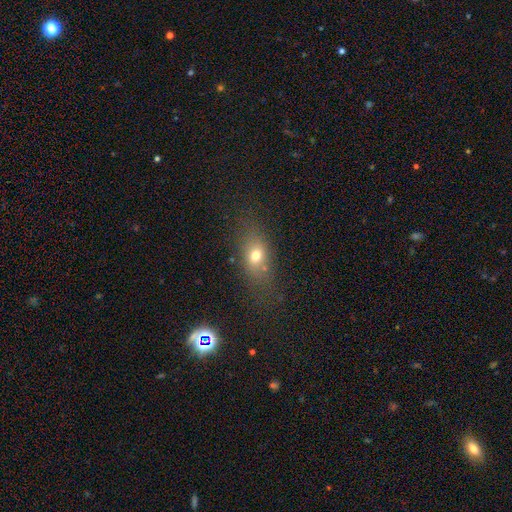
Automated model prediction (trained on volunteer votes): Smooth or featured? smooth (69%)
How rounded? in between (66%)
Merging? none (72%)